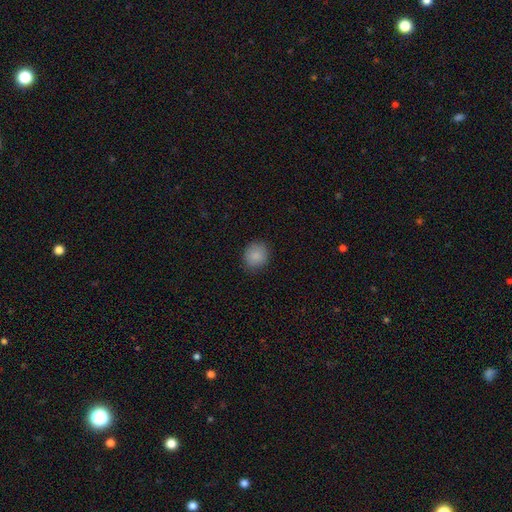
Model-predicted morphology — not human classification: Q: Smooth or featured?
A: smooth (87%); runner-up: star or artifact (9%)
Q: How rounded?
A: round (78%); runner-up: in between (21%)
Q: Merging?
A: none (86%); runner-up: minor disturbance (10%)